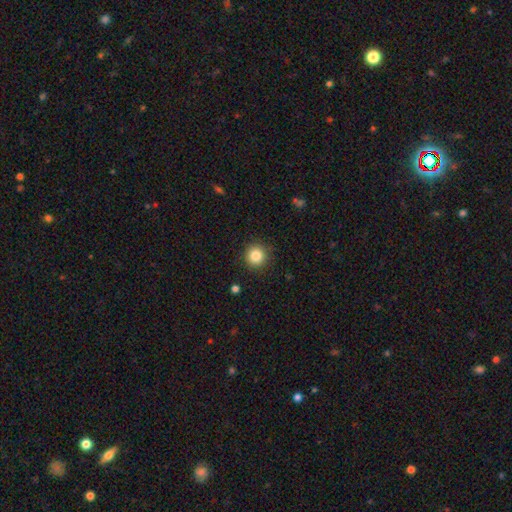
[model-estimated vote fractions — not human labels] Smooth or featured?
  - smooth: 85% *
  - star or artifact: 10%
  - featured or disk: 4%
How rounded?
  - round: 95% *
  - in between: 5%
  - cigar-shaped: 1%
Merging?
  - none: 90% *
  - minor disturbance: 6%
  - major disturbance: 2%
  - merger: 1%